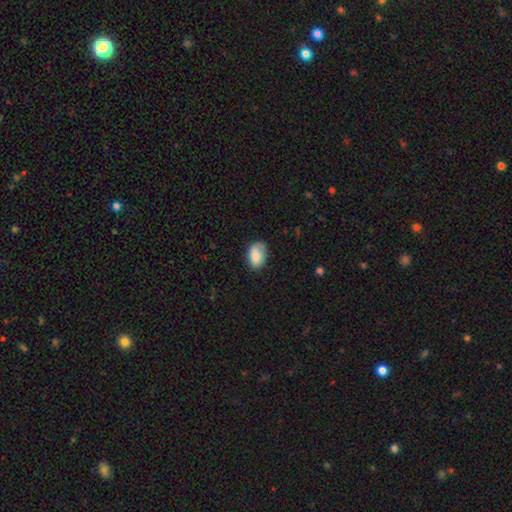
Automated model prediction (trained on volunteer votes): This is clearly a smooth galaxy (82%). How rounded: clearly in between (84%). Merging: likely none (66%).